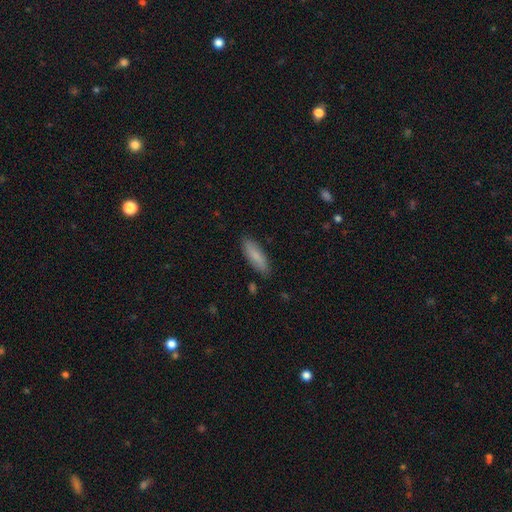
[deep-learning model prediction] This is clearly a smooth galaxy (82%). How rounded: possibly cigar-shaped (51%). Merging: clearly none (86%).